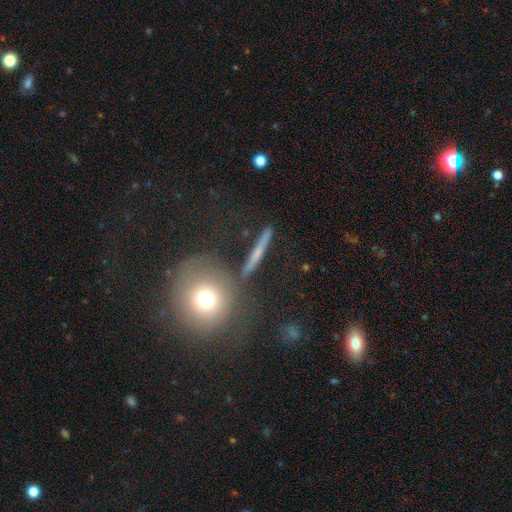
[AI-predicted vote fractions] A smooth galaxy with no disk features (41%). Merging: none (77%).